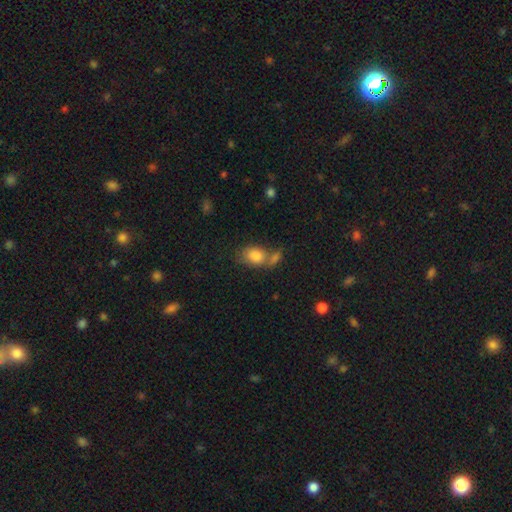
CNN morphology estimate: type=smooth (82%); roundness=in between (72%); merging=merger (40%, tied with none).